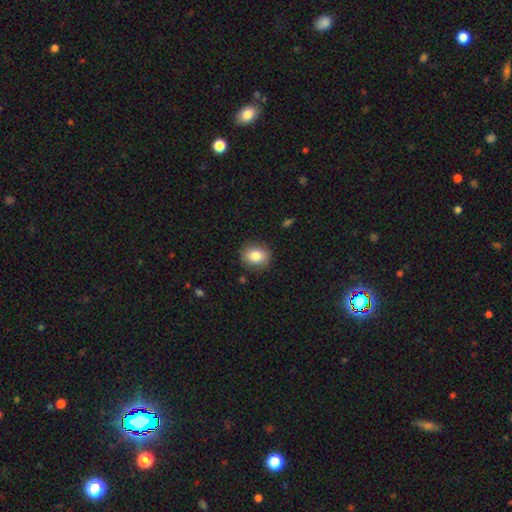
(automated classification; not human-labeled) Smooth or featured?
  - smooth: 84% *
  - star or artifact: 9%
  - featured or disk: 8%
How rounded?
  - round: 53% *
  - in between: 46%
  - cigar-shaped: 1%
Merging?
  - none: 86% *
  - minor disturbance: 10%
  - major disturbance: 3%
  - merger: 1%